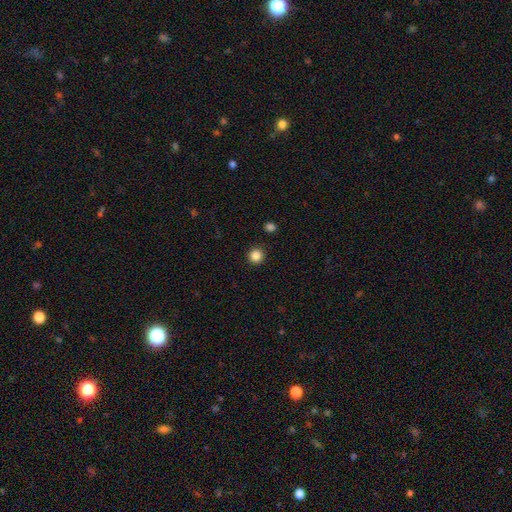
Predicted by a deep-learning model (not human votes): Smooth or featured? Predicted: smooth (p=0.85). How rounded? Predicted: round (p=0.95). Merging? Predicted: none (p=0.93).